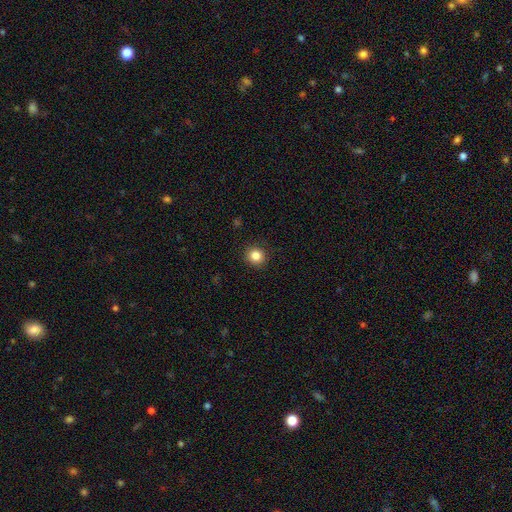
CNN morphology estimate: smooth 85%, star or artifact 11%, featured or disk 4%. Down the decision tree: how rounded — round (93%); merging — none (91%).